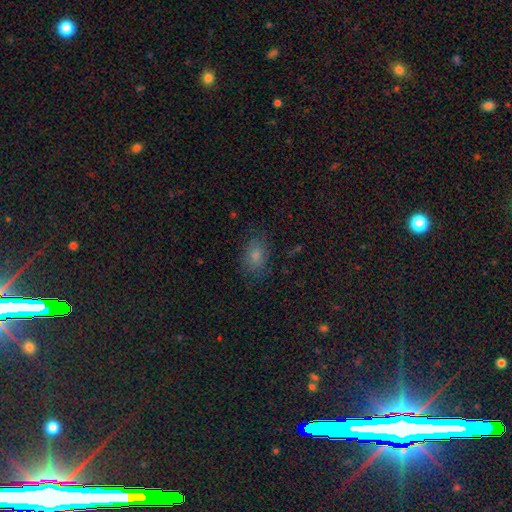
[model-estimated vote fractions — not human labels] Smooth or featured? Predicted: smooth (p=0.69). How rounded? Predicted: in between (p=0.75). Merging? Predicted: none (p=0.75).